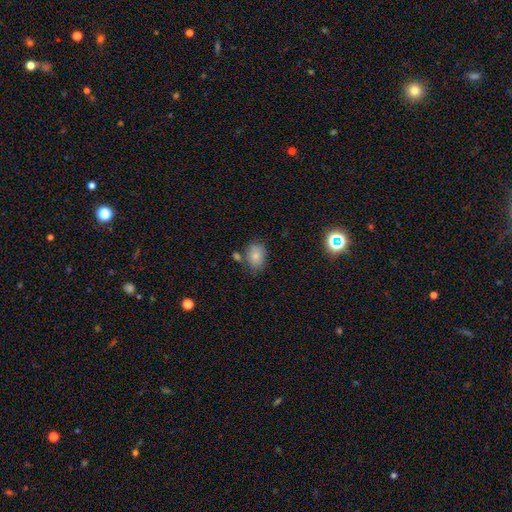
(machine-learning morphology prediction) The model was most divided on "how rounded": in between: 72%, round: 27%, cigar-shaped: 1%. More confident: smooth or featured — smooth (80%); merging — none (66%).